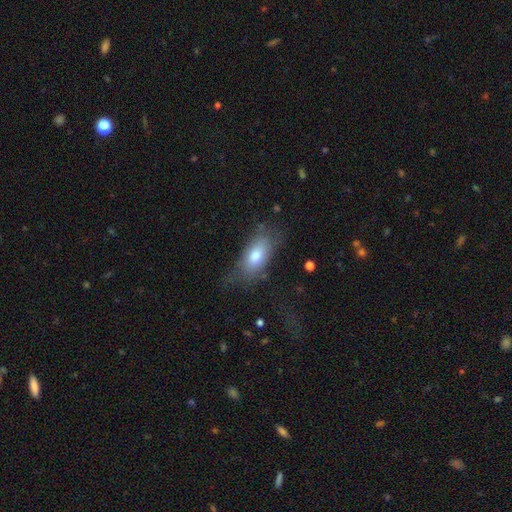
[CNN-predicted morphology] Q: Smooth or featured?
A: smooth (73%); runner-up: featured or disk (19%)
Q: How rounded?
A: in between (88%); runner-up: cigar-shaped (8%)
Q: Merging?
A: none (58%); runner-up: minor disturbance (25%)